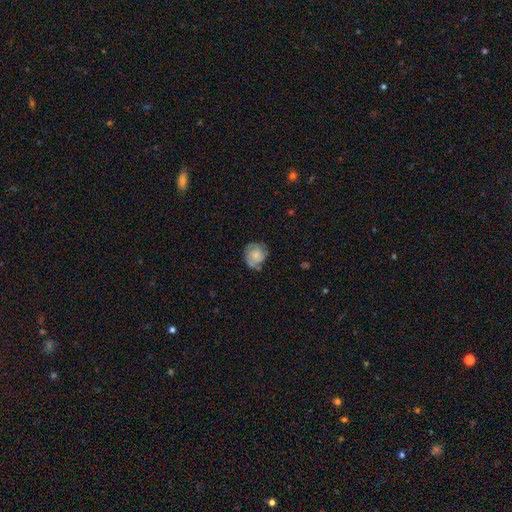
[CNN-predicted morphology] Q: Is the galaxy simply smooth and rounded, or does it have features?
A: featured or disk — 51%.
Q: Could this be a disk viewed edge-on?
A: no — 98%.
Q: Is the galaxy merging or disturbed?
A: none — 63%.